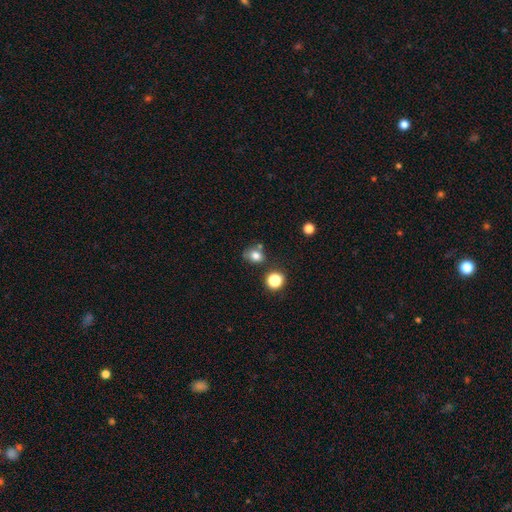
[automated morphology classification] Smooth or featured: smooth — 78% (star or artifact — 14%)
How rounded: round — 62% (in between — 37%)
Merging: none — 62% (minor disturbance — 19%)